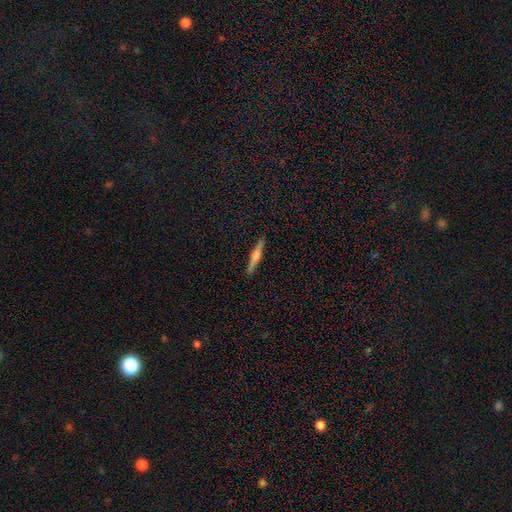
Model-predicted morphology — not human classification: Smooth or featured?
  - featured or disk: 62% *
  - smooth: 31%
  - star or artifact: 6%
Edge-on disk?
  - yes: 98% *
  - no: 2%
Edge-on bulge?
  - rounded: 78% *
  - boxy: 13%
  - none: 9%
Merging?
  - none: 91% *
  - minor disturbance: 7%
  - major disturbance: 1%
  - merger: 1%